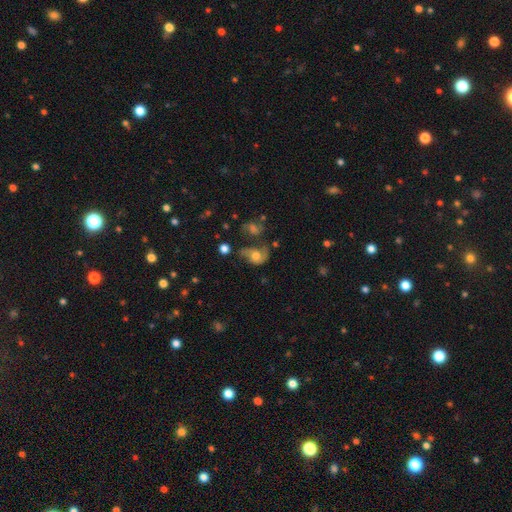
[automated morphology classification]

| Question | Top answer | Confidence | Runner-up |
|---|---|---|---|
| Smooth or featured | featured or disk | 52% | smooth (37%) |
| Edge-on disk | no | 96% | yes (4%) |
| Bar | no | 75% | weak (21%) |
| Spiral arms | yes | 75% | no (25%) |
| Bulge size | moderate | 55% | large (26%) |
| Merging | none | 31% | major disturbance (30%) |